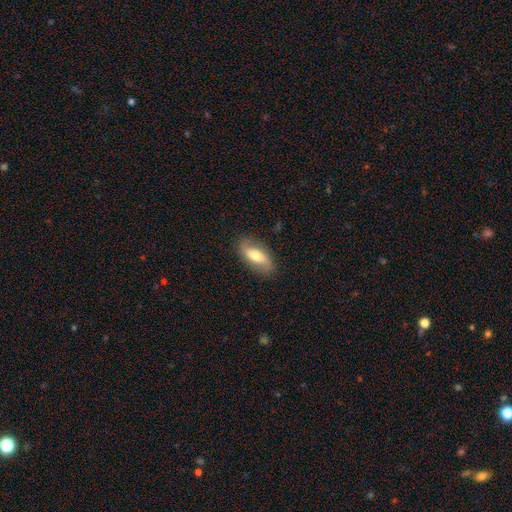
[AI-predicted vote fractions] Q: Smooth or featured?
A: featured or disk (50%); runner-up: smooth (44%)
Q: Merging?
A: none (83%); runner-up: minor disturbance (13%)